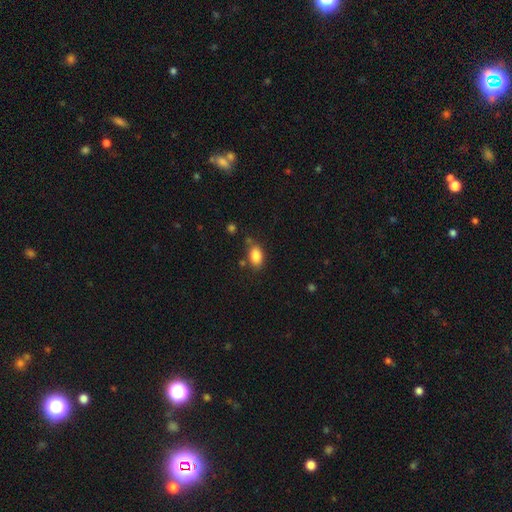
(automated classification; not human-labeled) This is clearly a smooth galaxy (86%). How rounded: clearly in between (88%). Merging: likely none (71%).